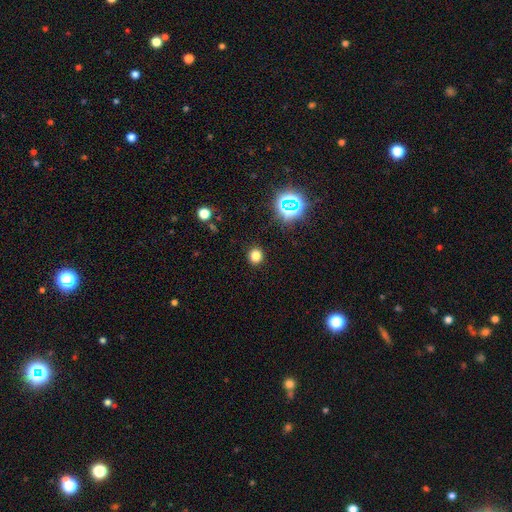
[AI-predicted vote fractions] Smooth or featured?
  - smooth: 76% *
  - star or artifact: 19%
  - featured or disk: 5%
How rounded?
  - round: 83% *
  - in between: 16%
  - cigar-shaped: 1%
Merging?
  - none: 91% *
  - minor disturbance: 6%
  - major disturbance: 2%
  - merger: 1%